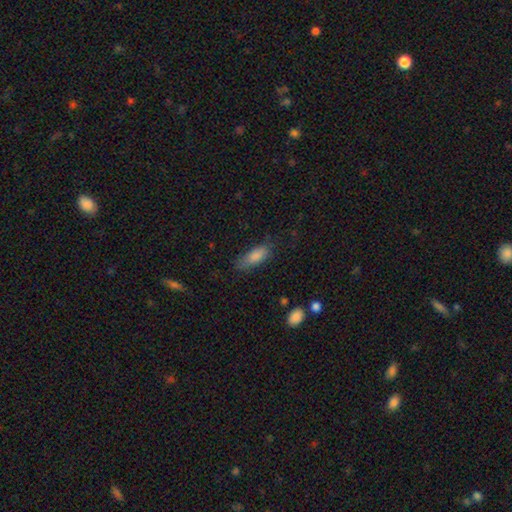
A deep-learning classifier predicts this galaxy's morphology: Smooth or featured? smooth (81%)
How rounded? in between (65%)
Merging? none (70%)